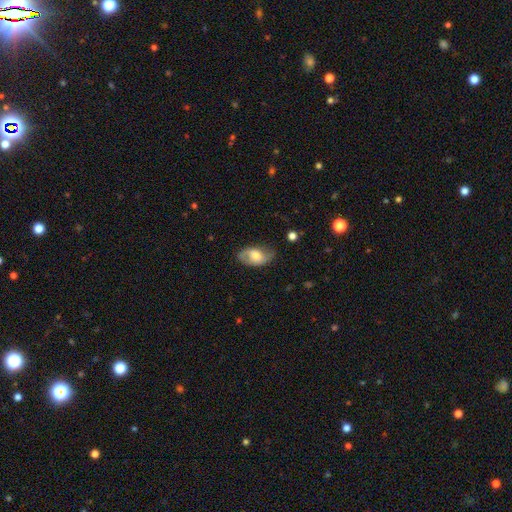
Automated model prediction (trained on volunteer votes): This appears to be a featured or disk galaxy (49%). Merging: none (68%).